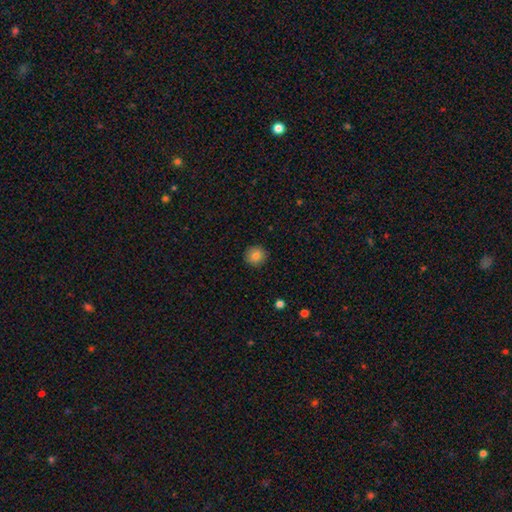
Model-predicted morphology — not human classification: The model was most divided on "smooth or featured": smooth: 82%, star or artifact: 10%, featured or disk: 8%. More confident: how rounded — round (92%); merging — none (91%).